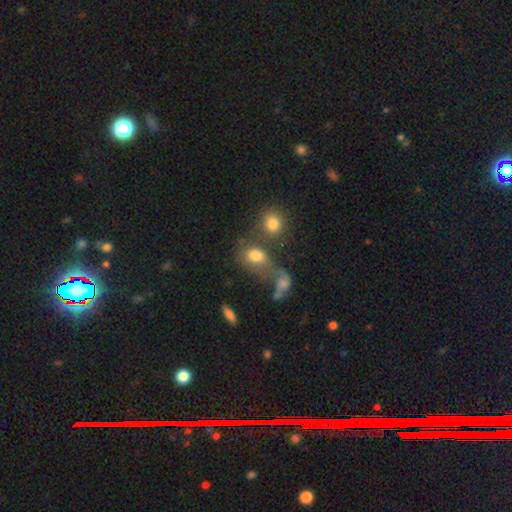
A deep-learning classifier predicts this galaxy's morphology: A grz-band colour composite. It shows a smooth galaxy with no disk features (71%) that is in between round and cigar-shaped (67%). Merging: merger (47%).